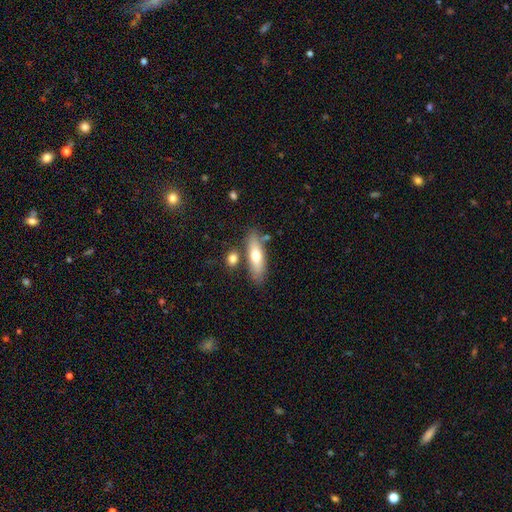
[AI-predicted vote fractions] smooth-or-featured: smooth: 63% | featured or disk: 31% | star or artifact: 6%
  how-rounded: in between: 49% | cigar-shaped: 48% | round: 3%
  merging: none: 74% | minor disturbance: 12% | merger: 10% | major disturbance: 3%